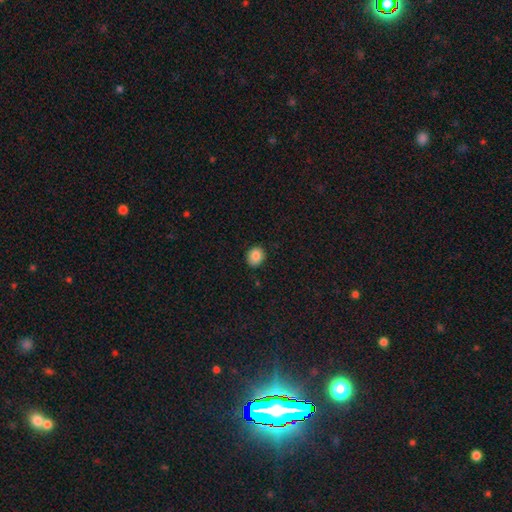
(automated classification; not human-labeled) Morphology: type=smooth (85%); roundness=round (66%); merging=none (86%).